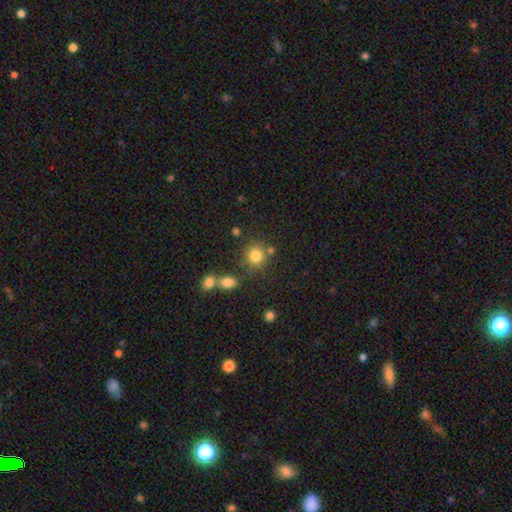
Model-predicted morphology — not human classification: This appears to be a smooth galaxy with no disk features (80%) that is round (84%). Merging: none (71%).